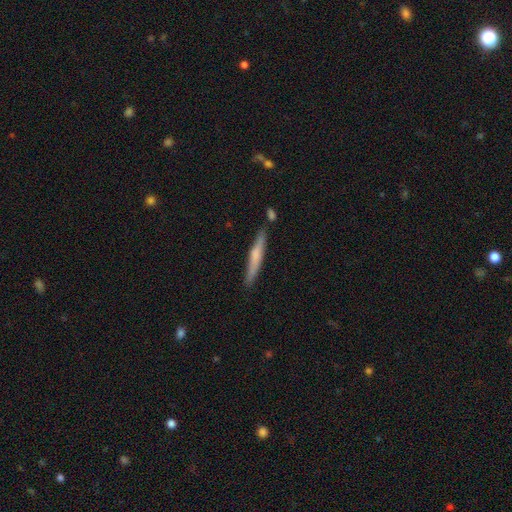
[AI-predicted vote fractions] Q: Smooth or featured?
A: smooth (54%); runner-up: featured or disk (40%)
Q: How rounded?
A: cigar-shaped (95%); runner-up: in between (4%)
Q: Merging?
A: none (83%); runner-up: minor disturbance (11%)